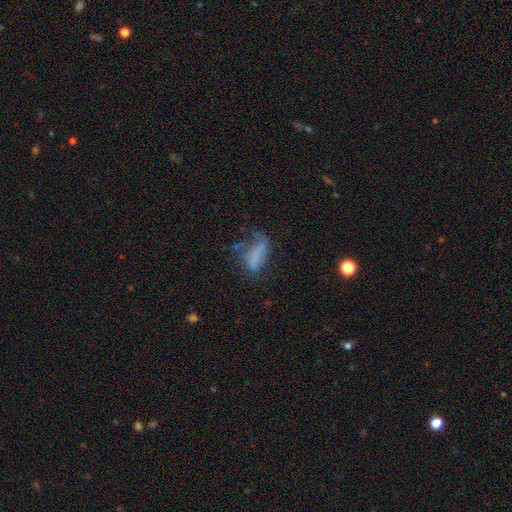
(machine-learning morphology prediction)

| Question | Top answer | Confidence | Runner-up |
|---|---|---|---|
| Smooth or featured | smooth | 62% | featured or disk (24%) |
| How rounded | in between | 82% | cigar-shaped (13%) |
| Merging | major disturbance | 36% | none (30%) |